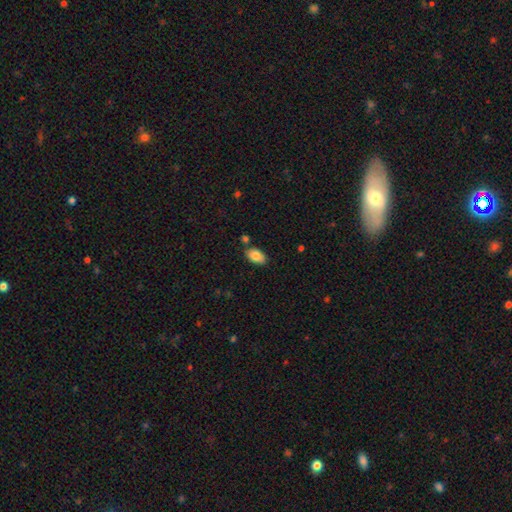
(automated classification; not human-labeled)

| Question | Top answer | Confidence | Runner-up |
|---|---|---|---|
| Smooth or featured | smooth | 85% | featured or disk (8%) |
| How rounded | in between | 93% | round (5%) |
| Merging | none | 79% | minor disturbance (12%) |